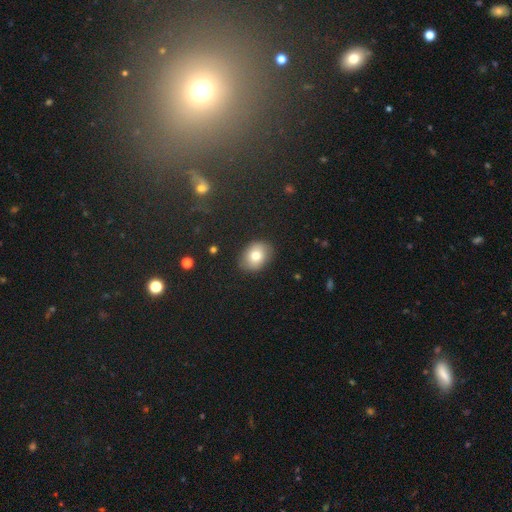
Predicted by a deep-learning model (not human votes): Overall: smooth (76%). How rounded: in between (63%; round 36%). Merging: none (85%).